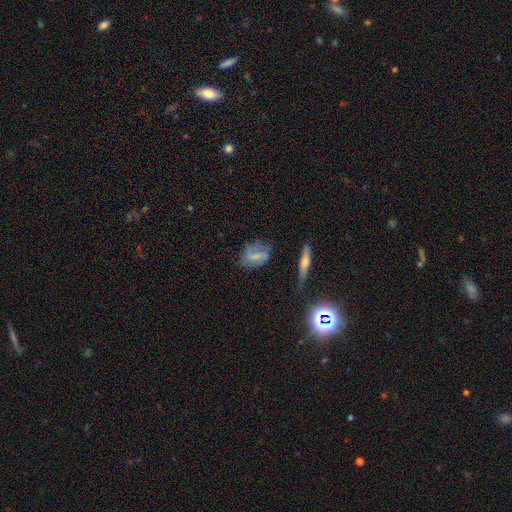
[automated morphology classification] smooth-or-featured: smooth: 47% | featured or disk: 43% | star or artifact: 10%
  merging: none: 55% | minor disturbance: 27% | major disturbance: 13% | merger: 5%